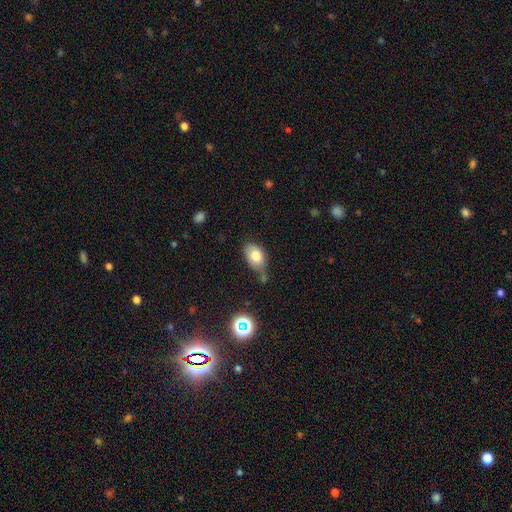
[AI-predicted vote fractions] Q: Smooth or featured?
A: smooth (78%); runner-up: featured or disk (13%)
Q: How rounded?
A: in between (87%); runner-up: round (12%)
Q: Merging?
A: none (57%); runner-up: minor disturbance (25%)